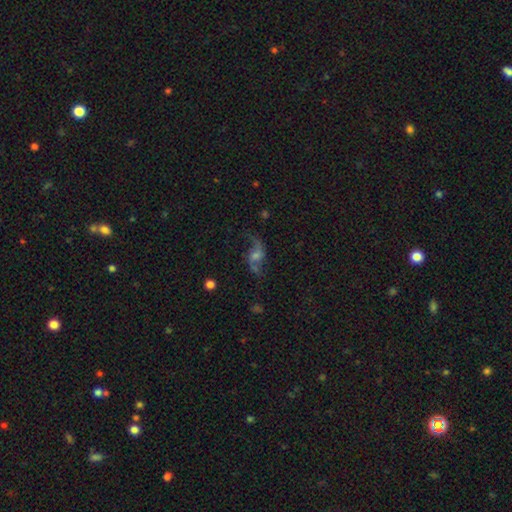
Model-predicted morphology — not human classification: Smooth or featured? Predicted: featured or disk (p=0.79). Edge-on disk? Predicted: no (p=0.95). Bar? Predicted: no (p=0.51). Spiral arms? Predicted: yes (p=0.93). Spiral winding? Predicted: loose (p=0.85). Spiral arm count? Predicted: 2 (p=0.91). Bulge size? Predicted: moderate (p=0.40). Merging? Predicted: none (p=0.69).